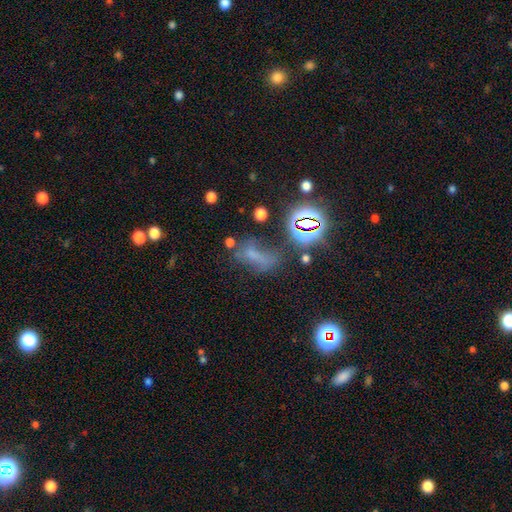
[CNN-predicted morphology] smooth-or-featured: smooth: 41% | star or artifact: 37% | featured or disk: 22%
  merging: none: 39% | major disturbance: 24% | minor disturbance: 24% | merger: 12%